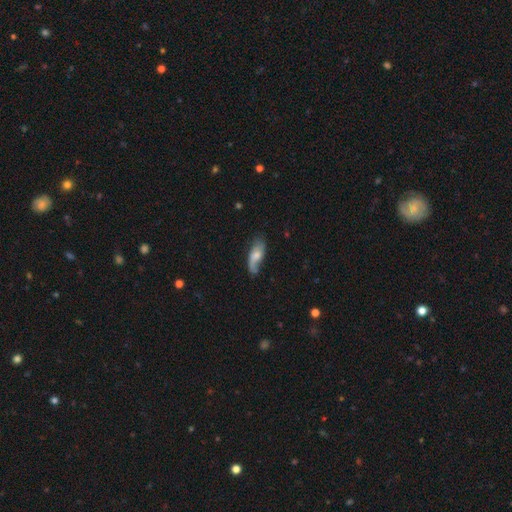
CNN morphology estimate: This appears to be a smooth galaxy with no disk features (50%). Merging: none (52%).